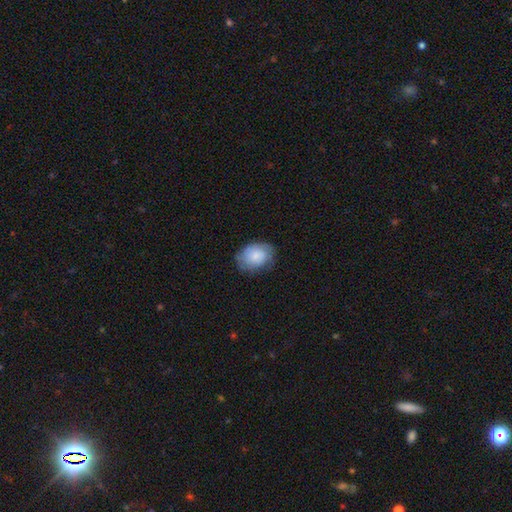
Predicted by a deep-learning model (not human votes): Morphology: type=smooth (73%); roundness=in between (67%); merging=none (72%).